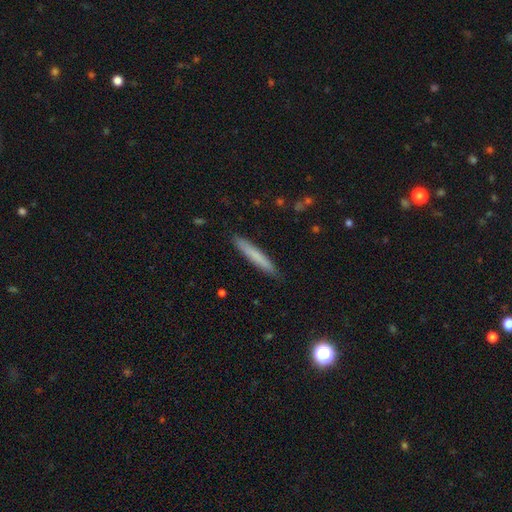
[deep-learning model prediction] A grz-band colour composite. It shows a smooth galaxy with no disk features (74%) that is cigar-shaped (95%). Merging: none (89%).